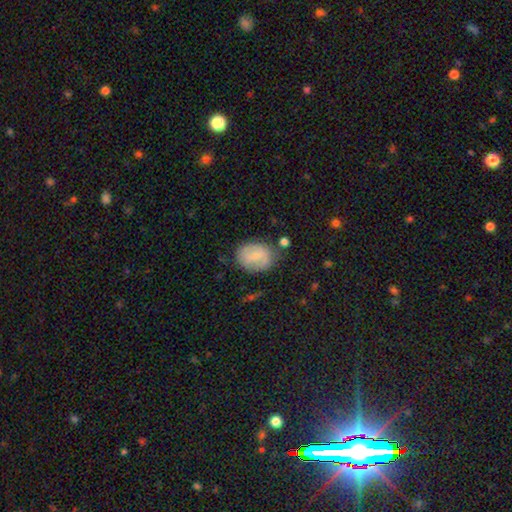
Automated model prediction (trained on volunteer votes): Morphology: type=smooth (60%); roundness=in between (57%); merging=none (67%).